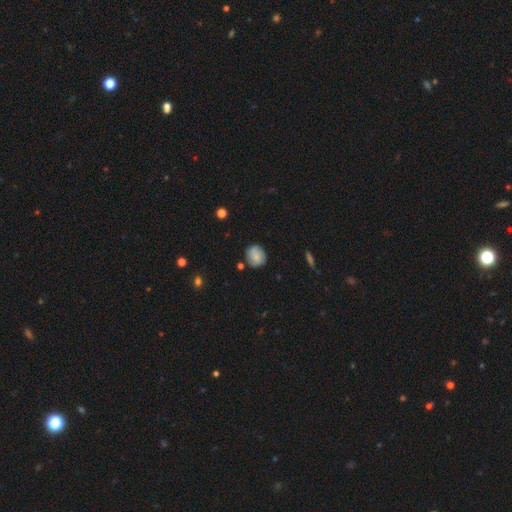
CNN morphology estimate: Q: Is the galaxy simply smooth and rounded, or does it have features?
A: smooth — 65%.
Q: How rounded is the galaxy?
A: round — 79%.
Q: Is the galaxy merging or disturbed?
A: none — 75%.